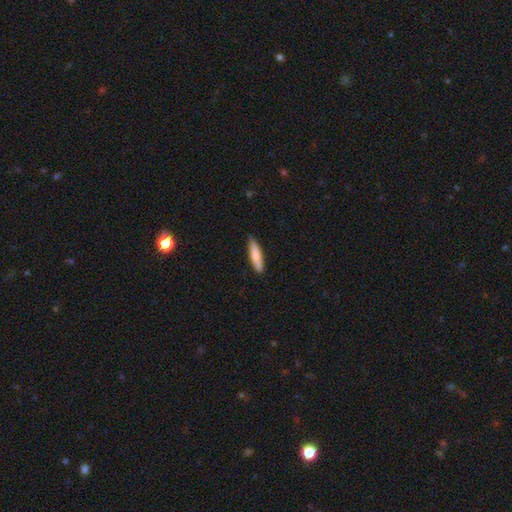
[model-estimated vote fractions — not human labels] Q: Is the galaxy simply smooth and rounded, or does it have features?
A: smooth — 78%.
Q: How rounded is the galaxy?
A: cigar-shaped — 77%.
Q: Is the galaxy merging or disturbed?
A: none — 83%.